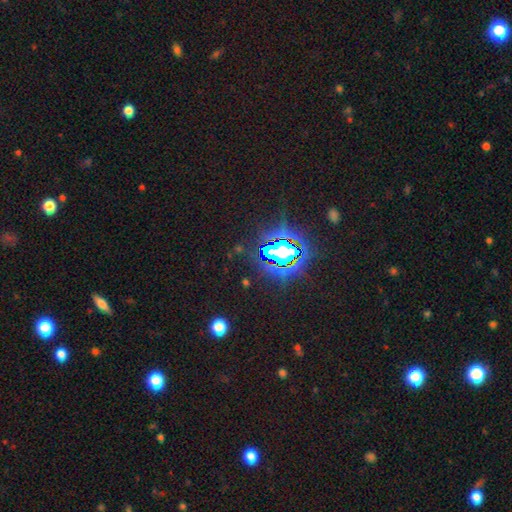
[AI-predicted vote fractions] This is clearly a star or artifact rather than a galaxy (81%).